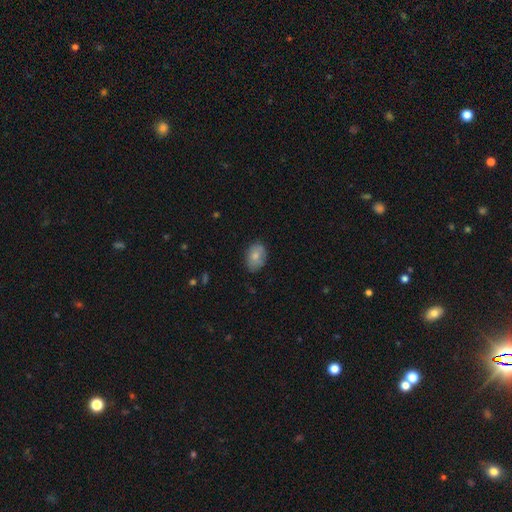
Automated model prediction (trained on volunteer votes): Smooth or featured?
  - smooth: 77% *
  - featured or disk: 15%
  - star or artifact: 7%
How rounded?
  - in between: 83% *
  - round: 16%
  - cigar-shaped: 1%
Merging?
  - none: 77% *
  - minor disturbance: 19%
  - major disturbance: 3%
  - merger: 1%